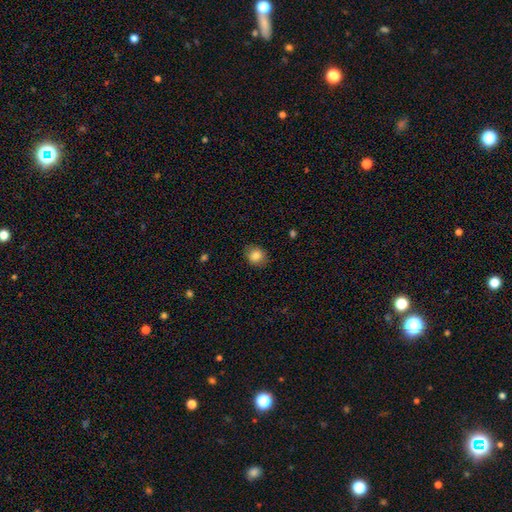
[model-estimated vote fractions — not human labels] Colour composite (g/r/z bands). It shows a smooth galaxy with no disk features (84%) that is round (65%). Merging: none (84%).